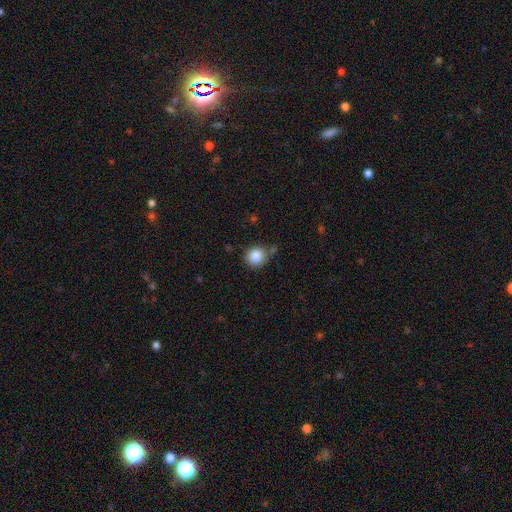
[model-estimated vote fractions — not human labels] This appears to be a smooth galaxy with no disk features (86%) that is round (86%). Merging: none (70%).